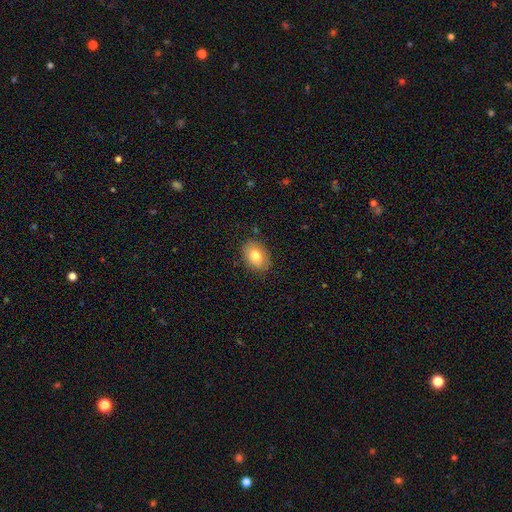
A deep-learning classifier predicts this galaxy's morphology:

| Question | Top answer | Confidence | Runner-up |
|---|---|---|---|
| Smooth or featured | smooth | 78% | featured or disk (14%) |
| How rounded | in between | 79% | round (20%) |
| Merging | none | 82% | minor disturbance (13%) |